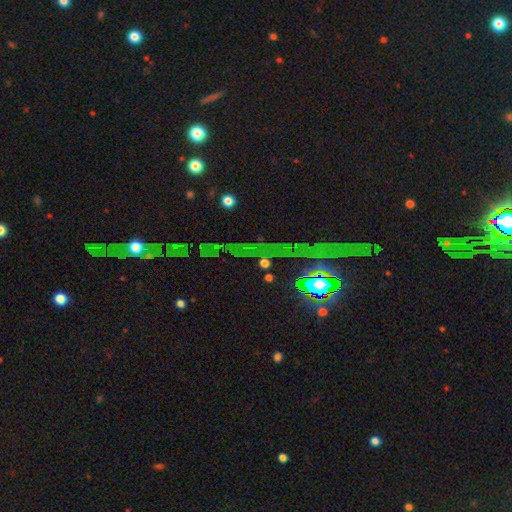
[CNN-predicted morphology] This is likely a star or artifact rather than a galaxy (79%).